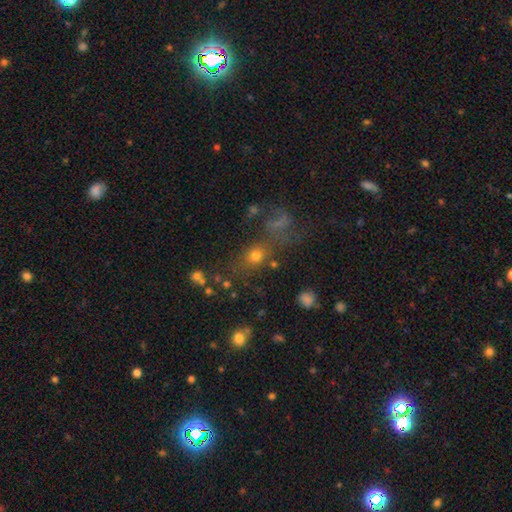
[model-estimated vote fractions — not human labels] Q: Smooth or featured?
A: smooth (67%); runner-up: star or artifact (20%)
Q: How rounded?
A: round (56%); runner-up: in between (40%)
Q: Merging?
A: none (57%); runner-up: merger (18%)